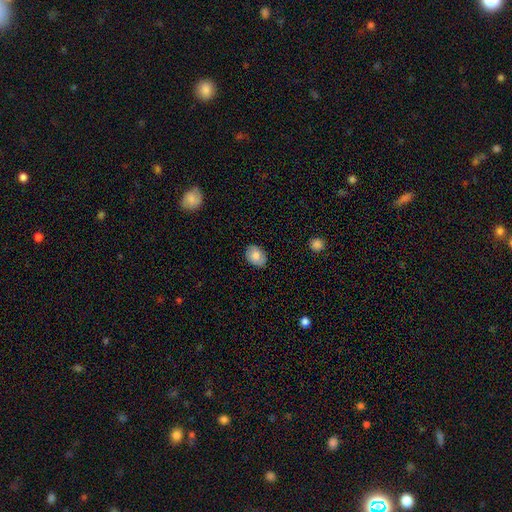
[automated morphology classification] smooth-or-featured: smooth: 77% | featured or disk: 15% | star or artifact: 7%
  how-rounded: in between: 68% | round: 31% | cigar-shaped: 1%
  merging: none: 86% | minor disturbance: 11% | major disturbance: 2% | merger: 1%